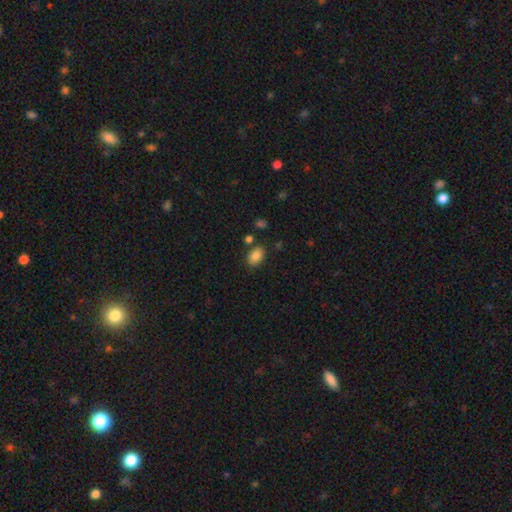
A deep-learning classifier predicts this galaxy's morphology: type=smooth (85%); roundness=in between (82%); merging=none (80%).